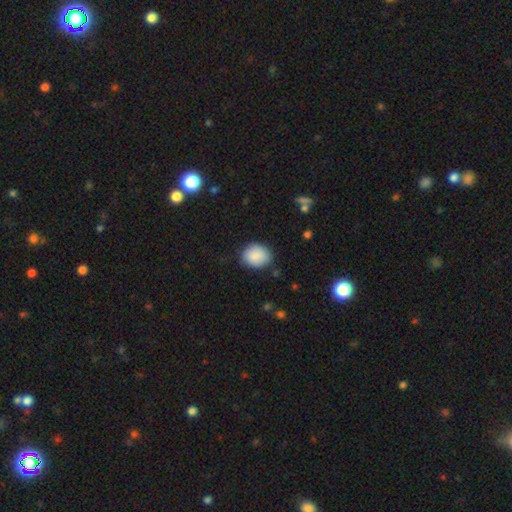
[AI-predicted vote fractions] The model was most divided on "how rounded": round: 52%, in between: 47%, cigar-shaped: 1%. More confident: smooth or featured — smooth (88%); merging — none (78%).